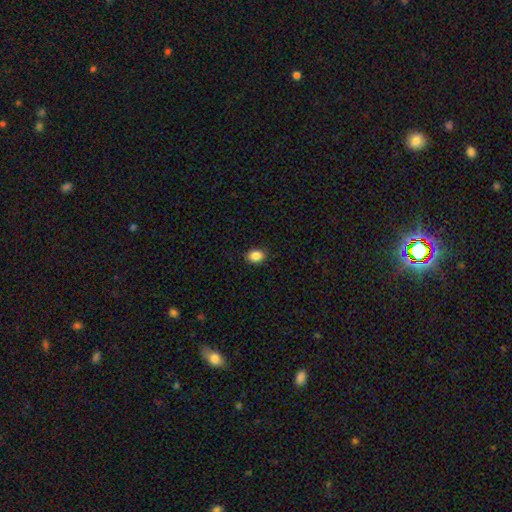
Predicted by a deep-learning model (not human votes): Morphology: type=smooth (87%); roundness=in between (61%); merging=none (88%).